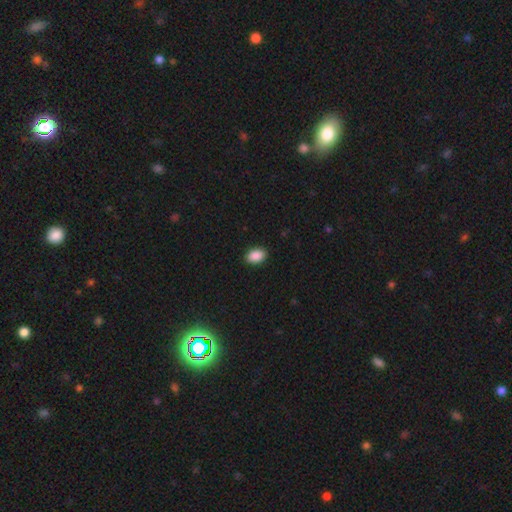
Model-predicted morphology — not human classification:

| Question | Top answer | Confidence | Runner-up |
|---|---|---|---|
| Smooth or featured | smooth | 90% | star or artifact (8%) |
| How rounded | in between | 86% | round (13%) |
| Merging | none | 90% | minor disturbance (7%) |